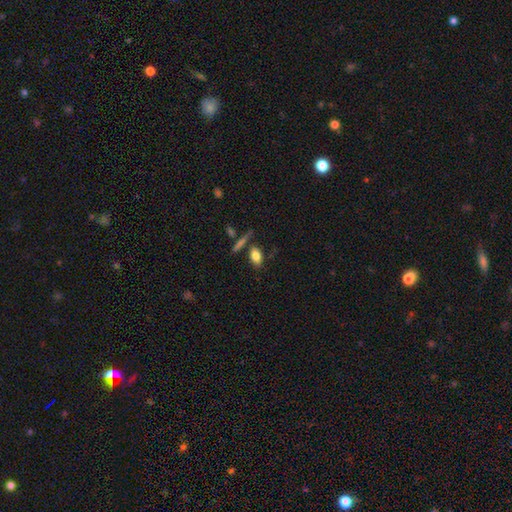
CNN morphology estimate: Q: Smooth or featured?
A: smooth (81%); runner-up: featured or disk (10%)
Q: How rounded?
A: in between (87%); runner-up: round (7%)
Q: Merging?
A: none (72%); runner-up: minor disturbance (13%)